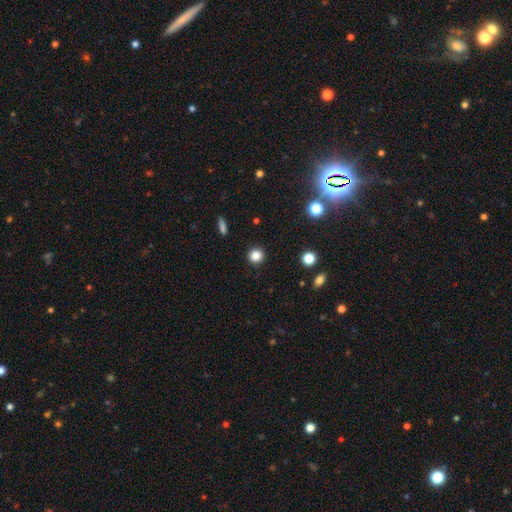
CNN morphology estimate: Smooth or featured? Predicted: smooth (p=0.84). How rounded? Predicted: round (p=0.92). Merging? Predicted: none (p=0.92).